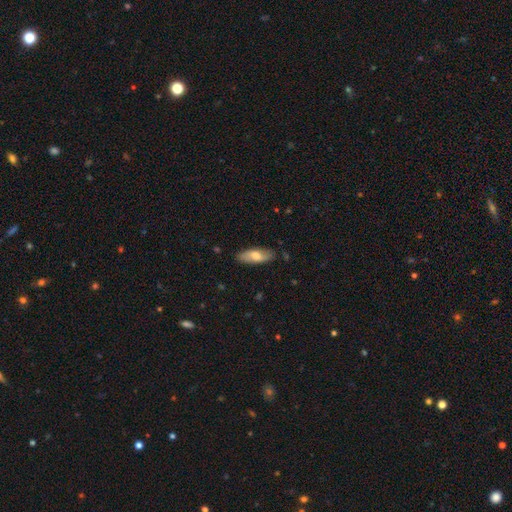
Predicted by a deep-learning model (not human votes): smooth-or-featured: smooth: 65% | featured or disk: 30% | star or artifact: 6%
  how-rounded: in between: 70% | cigar-shaped: 27% | round: 2%
  merging: none: 84% | minor disturbance: 13% | major disturbance: 2% | merger: 1%